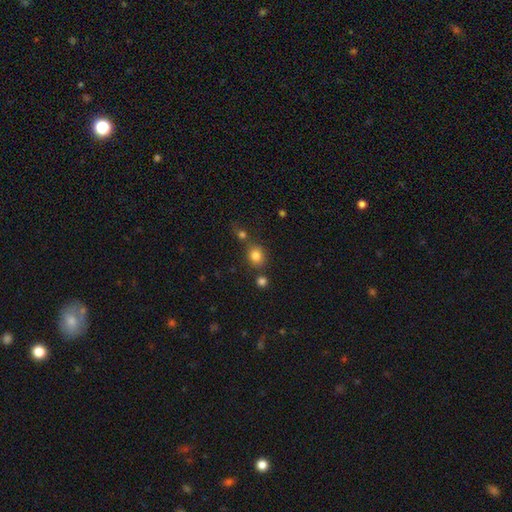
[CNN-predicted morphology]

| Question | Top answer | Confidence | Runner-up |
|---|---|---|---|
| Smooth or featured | smooth | 81% | star or artifact (12%) |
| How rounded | round | 73% | in between (26%) |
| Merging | none | 69% | merger (15%) |